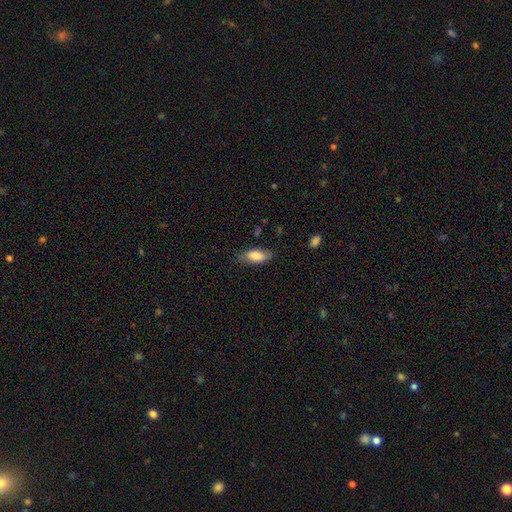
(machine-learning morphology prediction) smooth_or_featured: smooth (p=0.82) [alt: featured or disk p=0.11]
how_rounded: in between (p=0.83) [alt: cigar-shaped p=0.14]
merging: none (p=0.76) [alt: minor disturbance p=0.18]